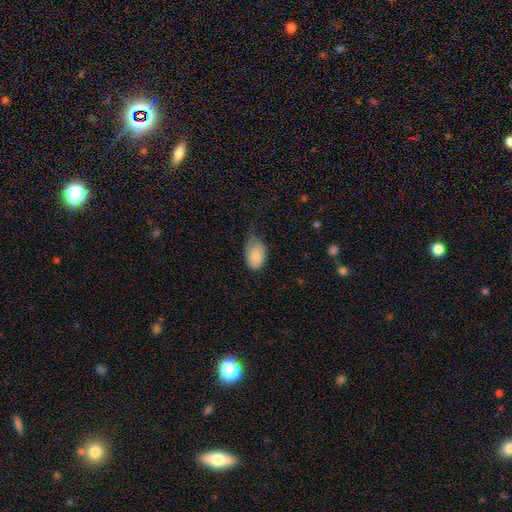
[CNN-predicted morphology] Smooth or featured: smooth — 84% (featured or disk — 10%)
How rounded: in between — 91% (round — 8%)
Merging: minor disturbance — 44% (none — 40%)